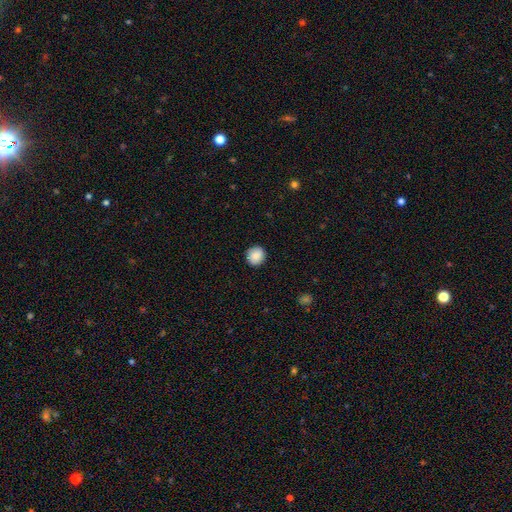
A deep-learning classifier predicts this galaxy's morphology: This is clearly a smooth galaxy (88%). How rounded: clearly round (91%). Merging: clearly none (91%).